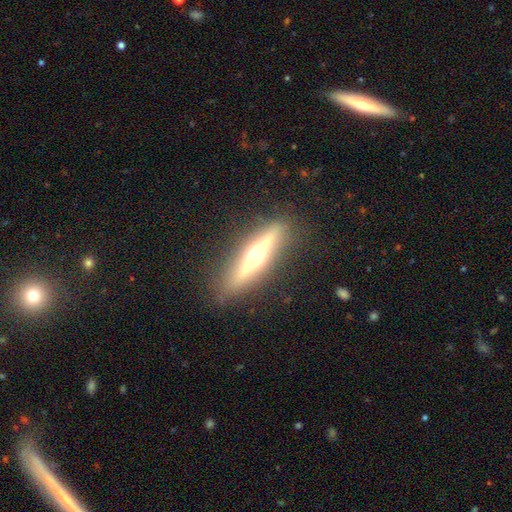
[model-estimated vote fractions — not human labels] smooth-or-featured: featured or disk: 71% | smooth: 22% | star or artifact: 7%
  disk-edge-on: yes: 94% | no: 6%
    edge-on-bulge: rounded: 94% | boxy: 4% | none: 3%
  merging: none: 87% | minor disturbance: 9% | major disturbance: 3% | merger: 1%